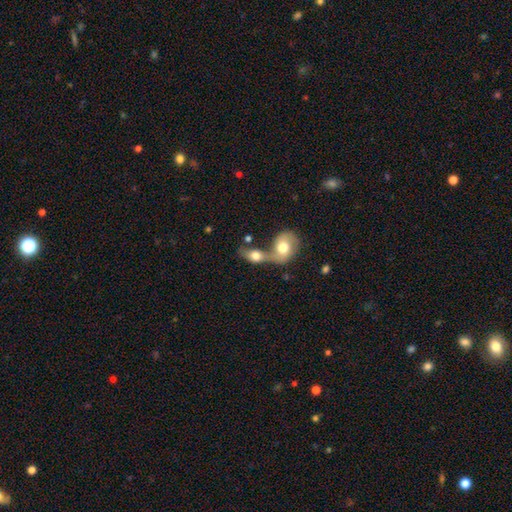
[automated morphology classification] Overall: smooth (68%). How rounded: in between (74%). Merging: merger (72%).